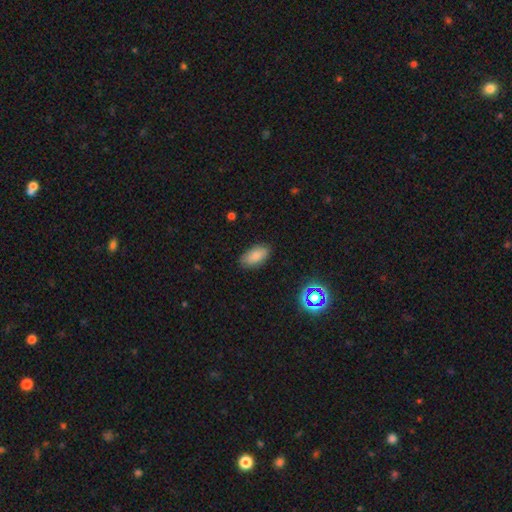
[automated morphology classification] Smooth or featured? Predicted: smooth (p=0.83). How rounded? Predicted: in between (p=0.91). Merging? Predicted: none (p=0.86).